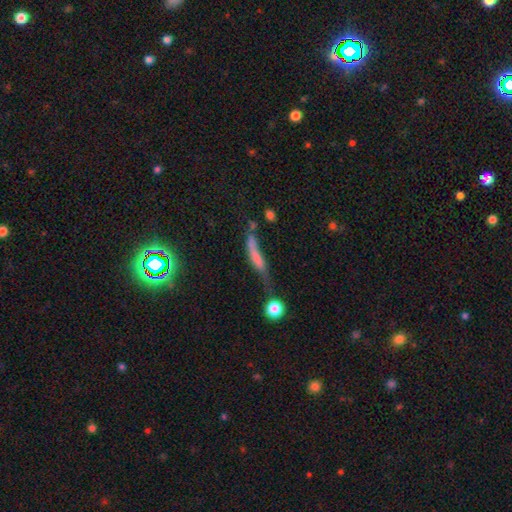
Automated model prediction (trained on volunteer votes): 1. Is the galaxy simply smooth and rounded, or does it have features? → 51% smooth, 31% featured or disk, 17% star or artifact.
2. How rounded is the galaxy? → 75% cigar-shaped, 19% in between, 6% round.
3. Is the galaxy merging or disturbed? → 32% none, 27% major disturbance, 23% minor disturbance, 18% merger.